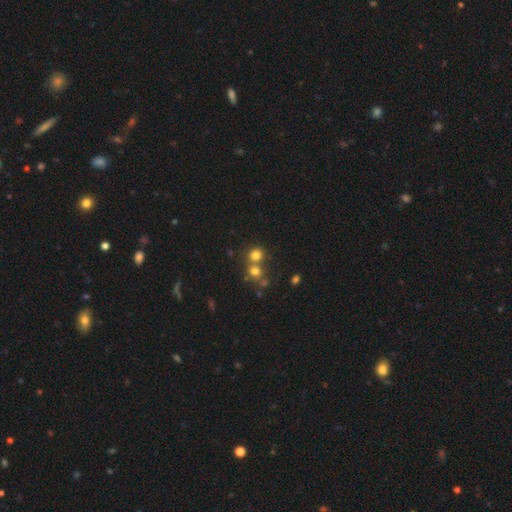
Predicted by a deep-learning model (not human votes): Morphology: type=smooth (74%); roundness=round (81%); merging=none (51%).